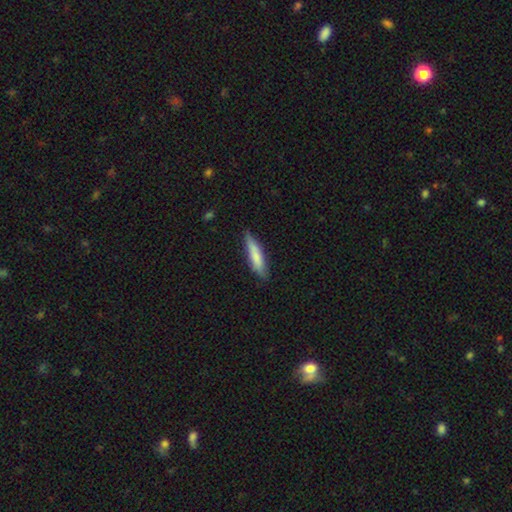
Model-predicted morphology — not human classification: smooth 76%, featured or disk 18%, star or artifact 6%. Down the decision tree: how rounded — cigar-shaped (81%); merging — none (78%).